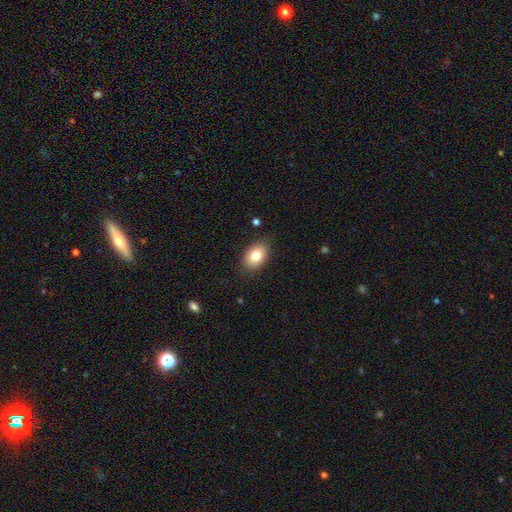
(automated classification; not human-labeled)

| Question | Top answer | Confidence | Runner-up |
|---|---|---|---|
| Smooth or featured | smooth | 81% | featured or disk (11%) |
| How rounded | in between | 83% | round (16%) |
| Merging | none | 84% | minor disturbance (12%) |